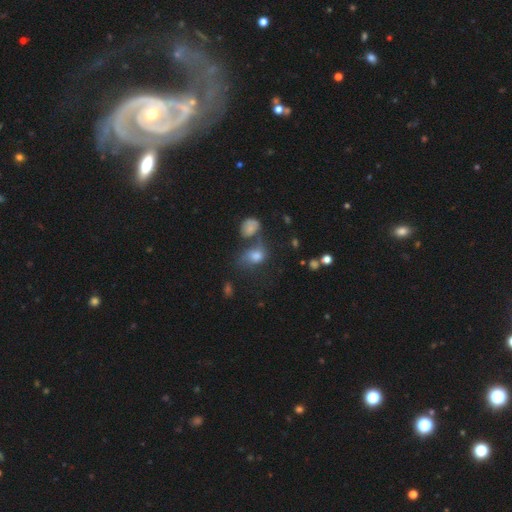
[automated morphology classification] smooth 62%, featured or disk 21%, star or artifact 17%. Down the decision tree: how rounded — in between (57%); merging — none (40%).